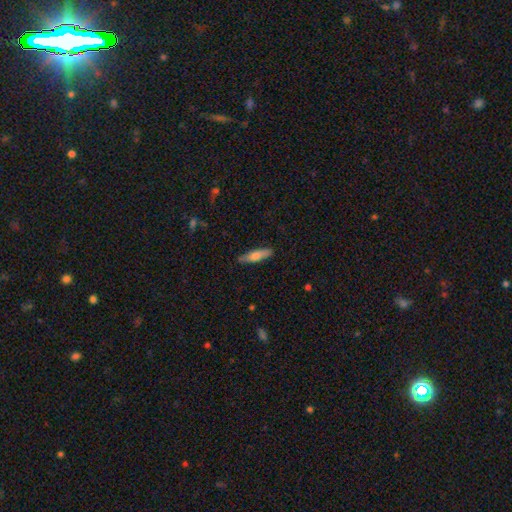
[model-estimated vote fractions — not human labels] The model was most divided on "smooth or featured": smooth: 62%, featured or disk: 32%, star or artifact: 6%. More confident: merging — none (86%); how rounded — cigar-shaped (77%).